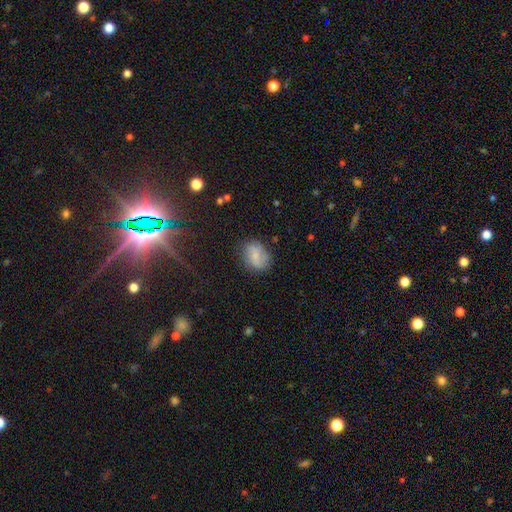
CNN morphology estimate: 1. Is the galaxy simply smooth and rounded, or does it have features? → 67% smooth, 24% featured or disk, 9% star or artifact.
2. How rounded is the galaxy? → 57% in between, 41% round, 1% cigar-shaped.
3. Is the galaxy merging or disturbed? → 76% none, 17% minor disturbance, 5% major disturbance, 2% merger.